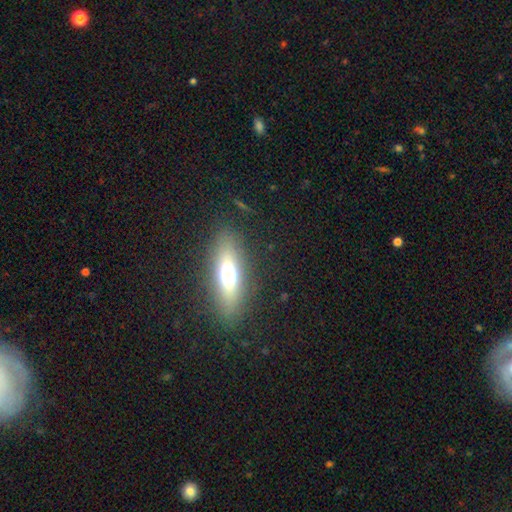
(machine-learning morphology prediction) Q: Smooth or featured?
A: smooth (52%); runner-up: featured or disk (39%)
Q: How rounded?
A: cigar-shaped (59%); runner-up: in between (38%)
Q: Merging?
A: none (87%); runner-up: minor disturbance (9%)